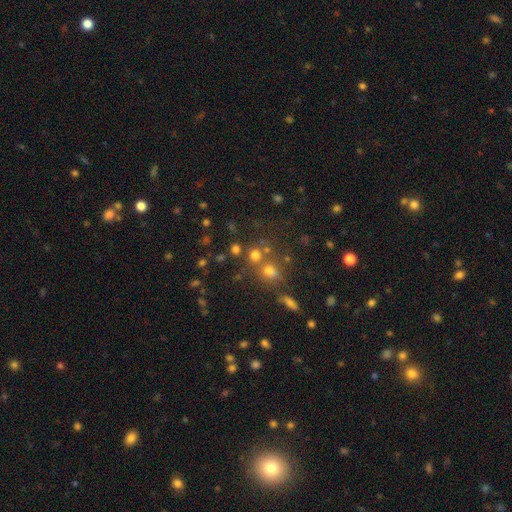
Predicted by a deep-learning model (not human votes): Morphology: type=smooth (61%); roundness=round (82%); merging=none (60%).